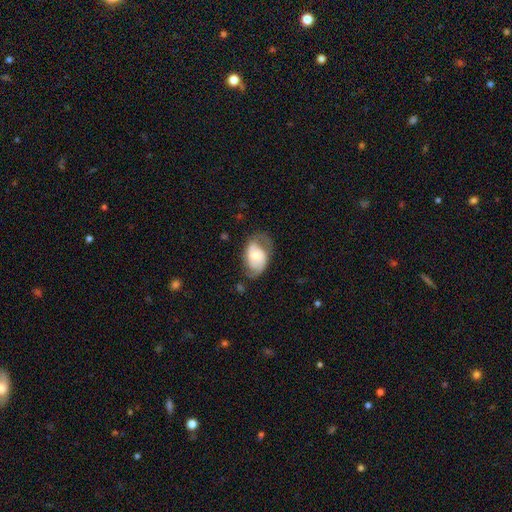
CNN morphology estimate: This appears to be a featured or disk galaxy (57%) with no bar (68%), spiral arms (74%) and a moderate central bulge (57%). Merging: none (51%).